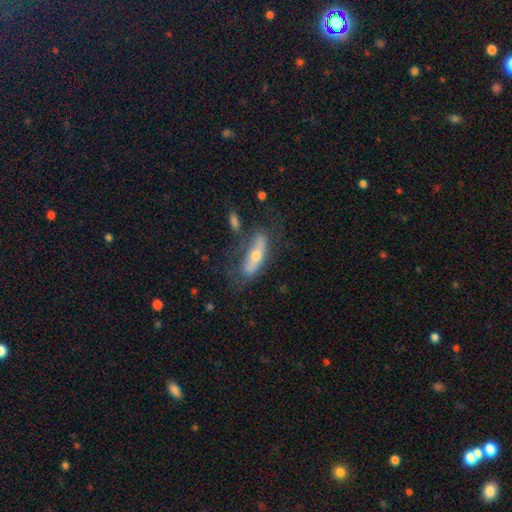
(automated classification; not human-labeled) smooth-or-featured: featured or disk: 49% | smooth: 44% | star or artifact: 7%
  merging: none: 58% | minor disturbance: 23% | major disturbance: 12% | merger: 7%